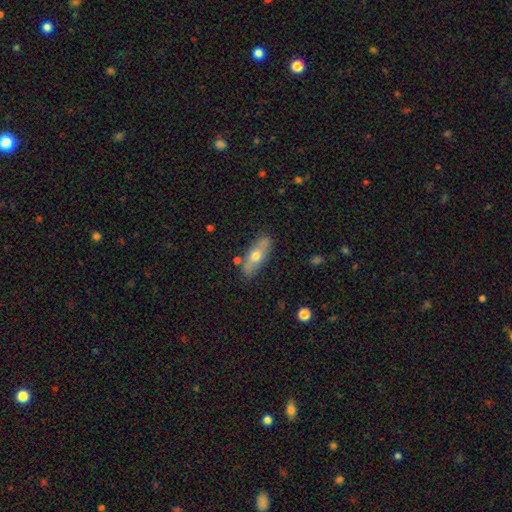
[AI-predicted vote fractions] Morphology: type=smooth (54%); roundness=in between (59%); merging=none (82%).